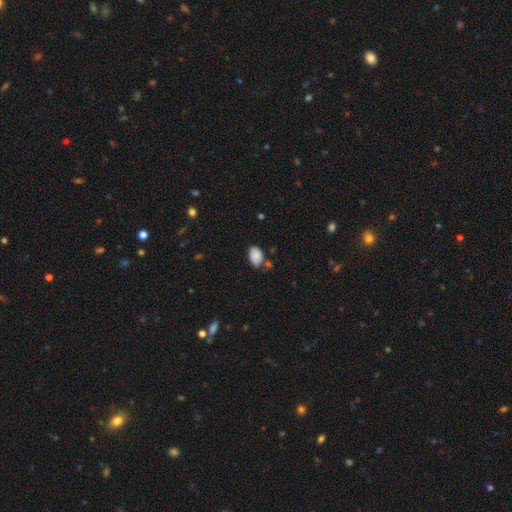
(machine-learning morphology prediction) Smooth or featured: smooth — 87% (star or artifact — 8%)
How rounded: in between — 86% (round — 13%)
Merging: none — 59% (minor disturbance — 23%)